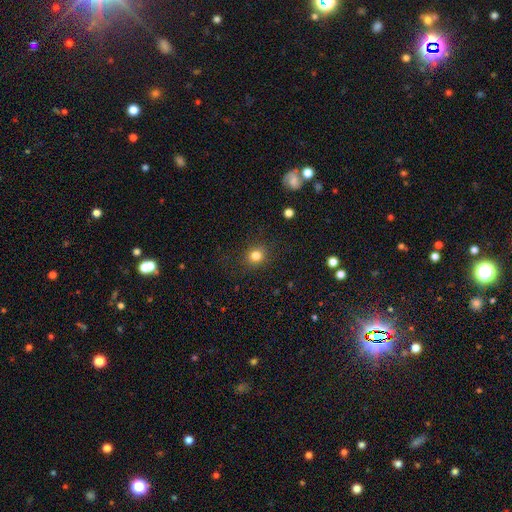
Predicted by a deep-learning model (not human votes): Smooth or featured? Predicted: smooth (p=0.81). How rounded? Predicted: round (p=0.81). Merging? Predicted: none (p=0.88).